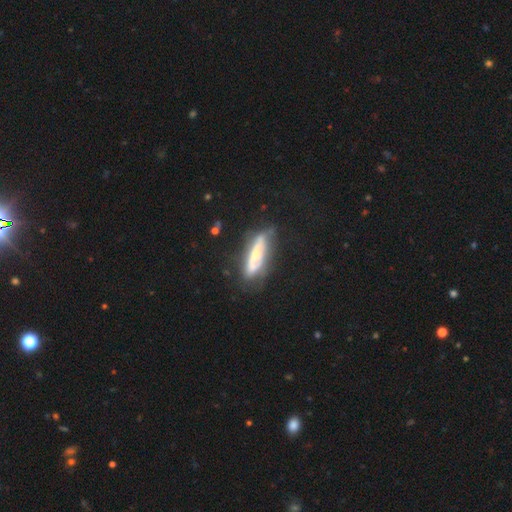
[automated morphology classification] featured or disk 59%, smooth 34%, star or artifact 8%. Down the decision tree: edge-on disk — yes (54%); merging — none (56%).